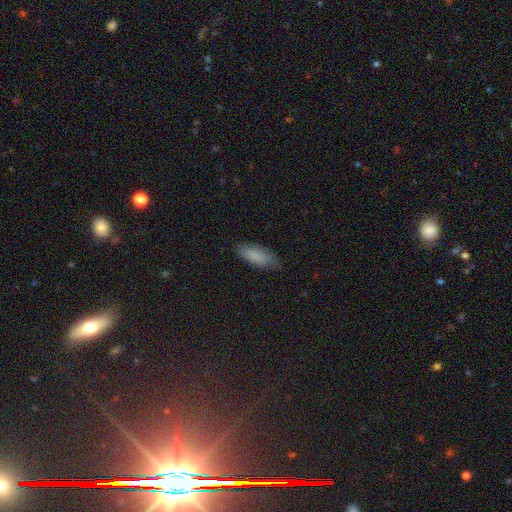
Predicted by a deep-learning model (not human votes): The model was most divided on "how rounded": in between: 73%, cigar-shaped: 25%, round: 2%. More confident: smooth or featured — smooth (85%); merging — none (81%).